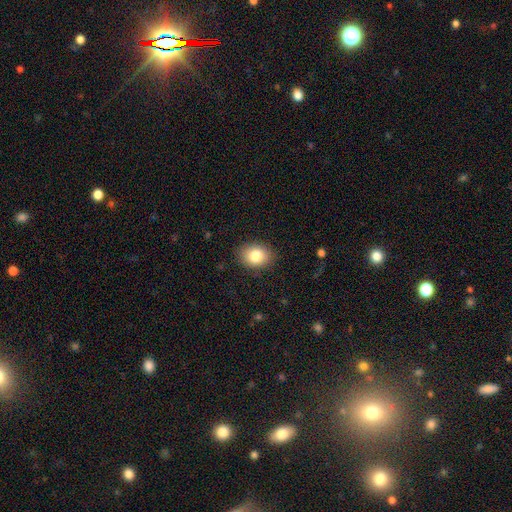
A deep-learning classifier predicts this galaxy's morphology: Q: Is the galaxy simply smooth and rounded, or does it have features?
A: smooth — 83%.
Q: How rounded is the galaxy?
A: in between — 61%.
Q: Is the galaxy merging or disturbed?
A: none — 87%.